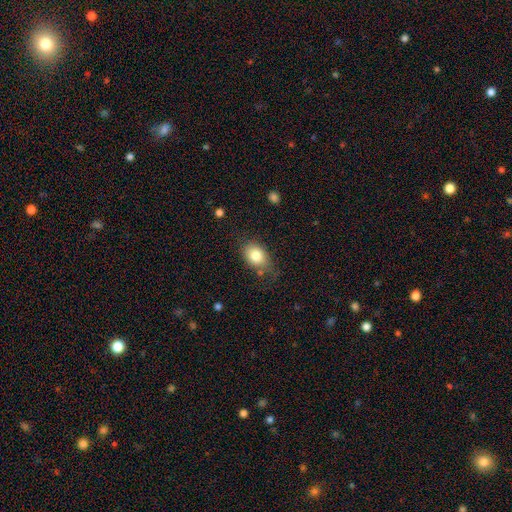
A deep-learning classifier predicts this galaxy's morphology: type=smooth (81%); roundness=in between (75%); merging=none (69%).